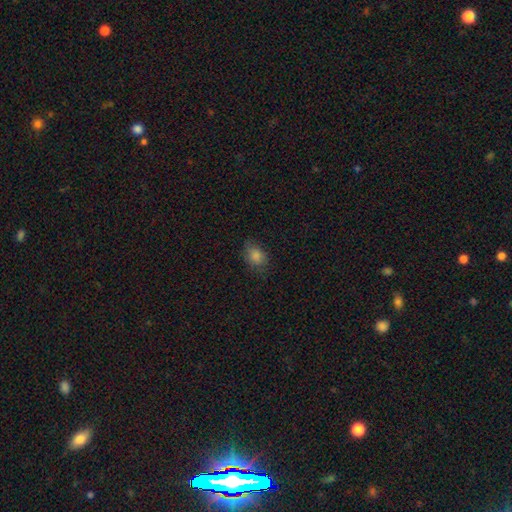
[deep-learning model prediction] The model was most divided on "how rounded": in between: 70%, round: 29%, cigar-shaped: 2%. More confident: smooth or featured — smooth (81%); merging — none (74%).